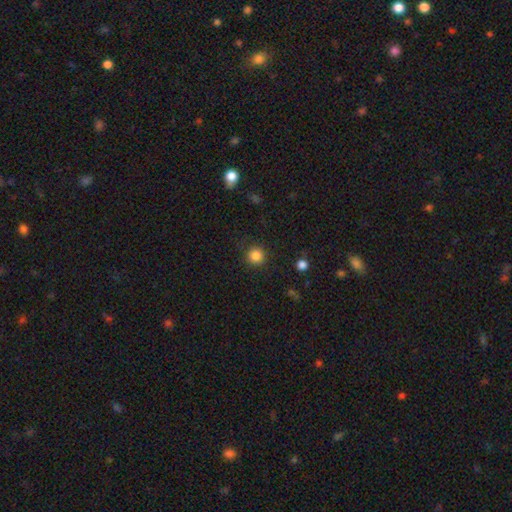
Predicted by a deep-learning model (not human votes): smooth_or_featured: smooth (p=0.85) [alt: star or artifact p=0.11]
how_rounded: round (p=0.94) [alt: in between p=0.05]
merging: none (p=0.89) [alt: minor disturbance p=0.07]